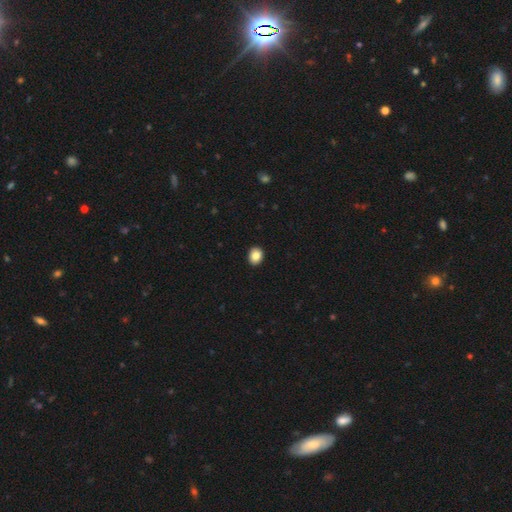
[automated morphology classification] type=smooth (86%); roundness=round (57%); merging=none (92%).